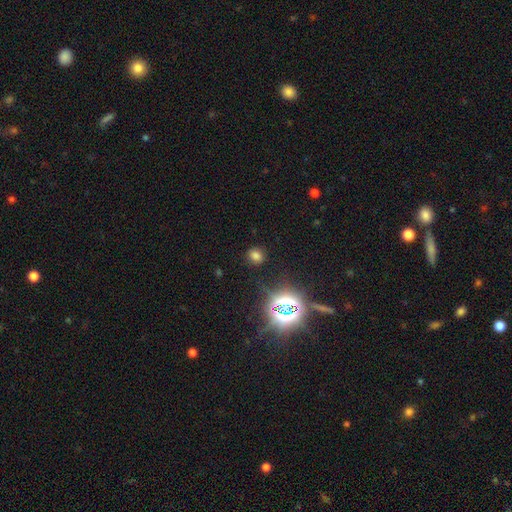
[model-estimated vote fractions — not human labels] This is likely a smooth galaxy (66%). How rounded: likely round (69%). Merging: clearly none (85%).